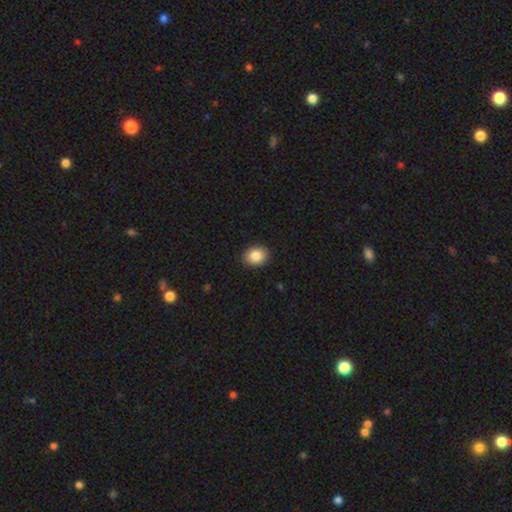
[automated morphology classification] smooth_or_featured: smooth (p=0.87) [alt: star or artifact p=0.08]
how_rounded: round (p=0.55) [alt: in between p=0.44]
merging: none (p=0.91) [alt: minor disturbance p=0.06]